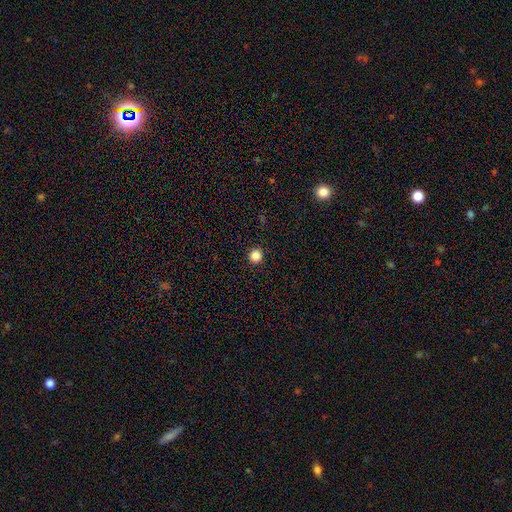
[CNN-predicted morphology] Smooth or featured? Predicted: smooth (p=0.86). How rounded? Predicted: round (p=0.96). Merging? Predicted: none (p=0.94).